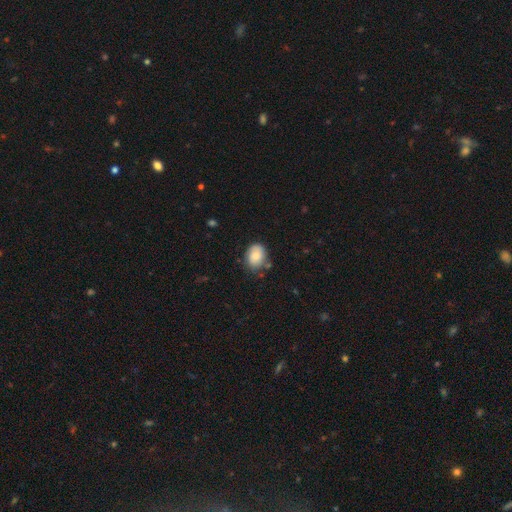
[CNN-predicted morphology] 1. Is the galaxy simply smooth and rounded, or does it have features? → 82% smooth, 11% featured or disk, 8% star or artifact.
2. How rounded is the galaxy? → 65% in between, 34% round, 1% cigar-shaped.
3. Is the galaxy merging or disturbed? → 69% none, 22% minor disturbance, 5% major disturbance, 4% merger.